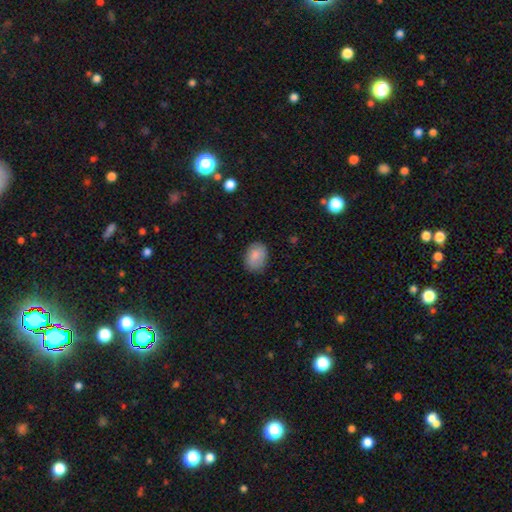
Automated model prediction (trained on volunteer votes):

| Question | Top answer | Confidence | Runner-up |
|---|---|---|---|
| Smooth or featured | smooth | 84% | featured or disk (9%) |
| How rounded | in between | 70% | round (29%) |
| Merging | none | 80% | minor disturbance (16%) |